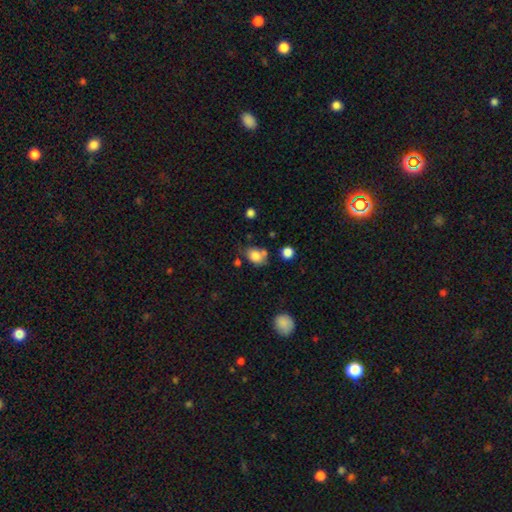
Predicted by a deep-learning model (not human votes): Morphology: type=smooth (81%); roundness=in between (66%); merging=none (54%).